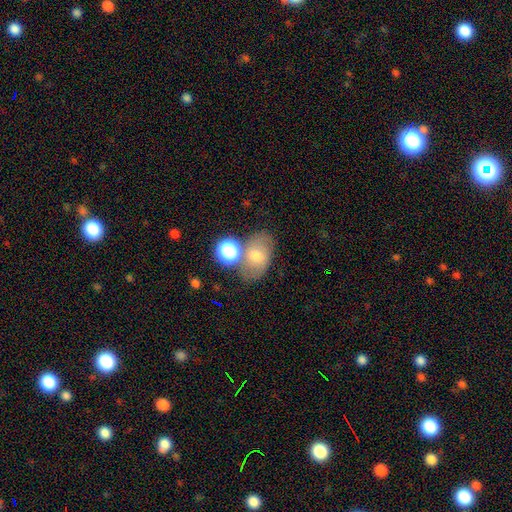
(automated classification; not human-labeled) The model was most divided on "smooth or featured": smooth: 56%, featured or disk: 29%, star or artifact: 15%. More confident: how rounded — in between (74%); merging — none (59%).